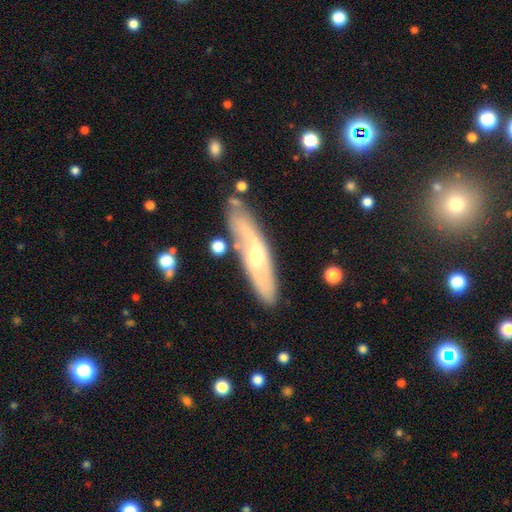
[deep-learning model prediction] Smooth or featured: featured or disk — 62% (smooth — 31%)
Edge-on disk: no — 60% (yes — 40%)
Merging: none — 74% (minor disturbance — 16%)